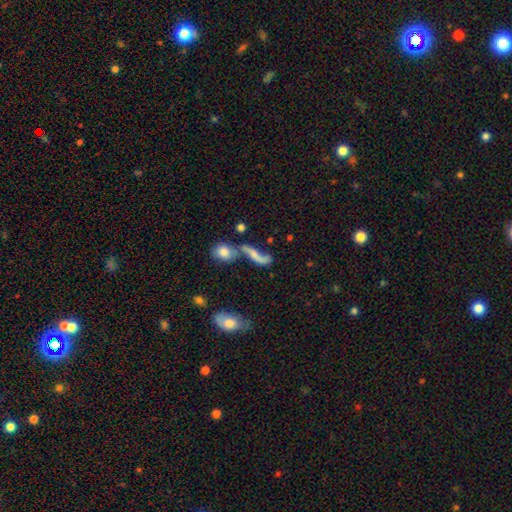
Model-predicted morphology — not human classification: Smooth or featured: featured or disk — 54% (smooth — 36%)
Edge-on disk: no — 84% (yes — 16%)
Merging: merger — 34% (none — 31%)